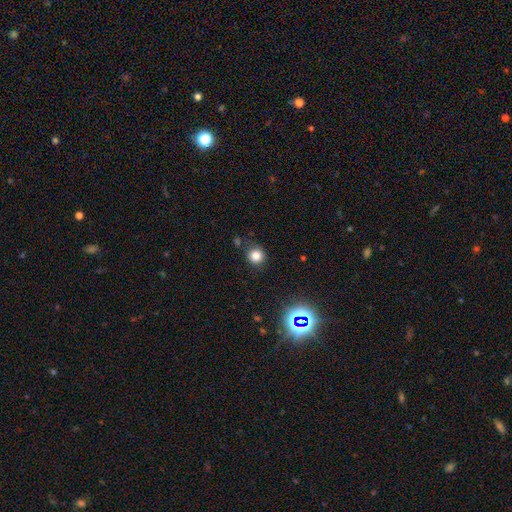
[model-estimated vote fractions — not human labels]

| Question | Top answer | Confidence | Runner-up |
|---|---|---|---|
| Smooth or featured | smooth | 79% | star or artifact (16%) |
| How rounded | round | 90% | in between (9%) |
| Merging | none | 82% | minor disturbance (11%) |